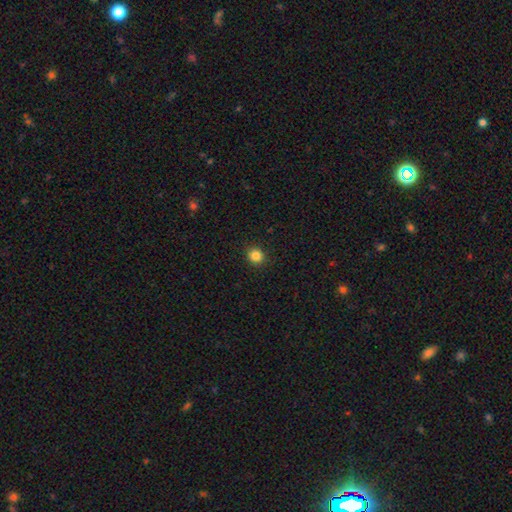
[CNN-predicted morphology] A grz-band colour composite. It shows a smooth galaxy with no disk features (84%) that is round (88%). Merging: none (92%).